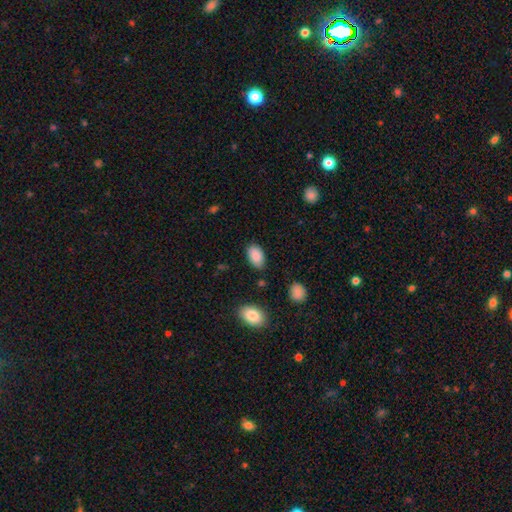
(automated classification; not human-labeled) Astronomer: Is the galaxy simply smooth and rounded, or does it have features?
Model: smooth — 88%.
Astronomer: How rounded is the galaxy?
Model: in between — 93%.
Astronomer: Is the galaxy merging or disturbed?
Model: none — 80%.